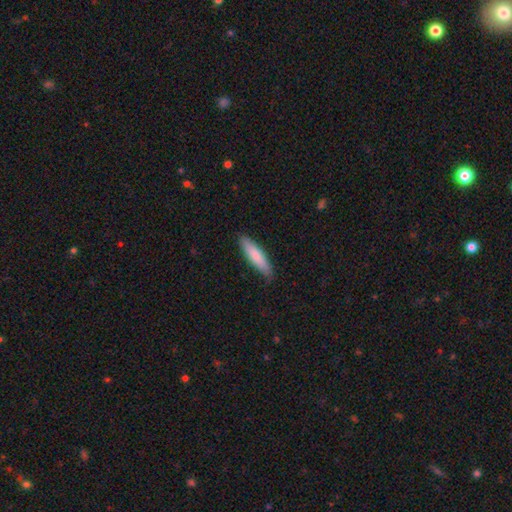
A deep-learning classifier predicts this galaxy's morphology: A smooth galaxy with no disk features (80%) that is cigar-shaped (76%).

Vote fractions:
- Smooth or featured? smooth: 80% / featured or disk: 15% / star or artifact: 5%
- How rounded? cigar-shaped: 76% / in between: 23% / round: 1%
- Merging? none: 84% / minor disturbance: 14% / major disturbance: 2% / merger: 1%